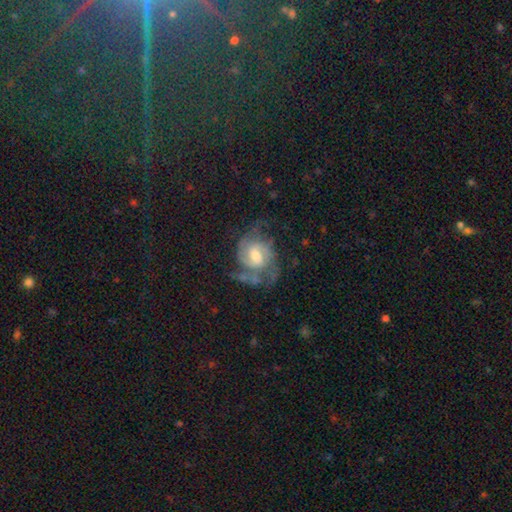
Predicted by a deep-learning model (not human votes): This appears to be a featured or disk galaxy (82%) with a weak bar (53%), 2 (52%) medium (44%) spiral arms (94%) and a moderate central bulge (64%). Merging: none (54%).